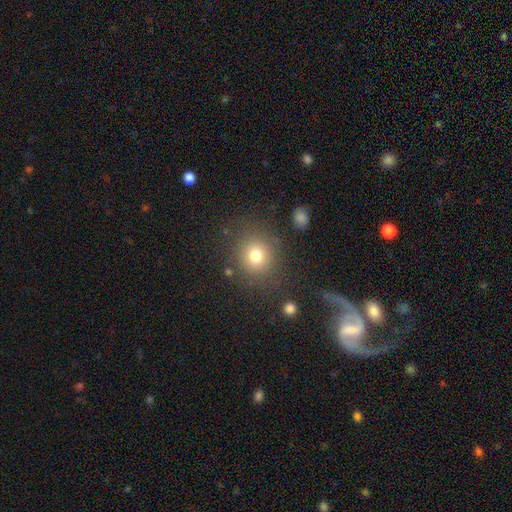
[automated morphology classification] Smooth or featured? smooth (77%)
How rounded? round (87%)
Merging? none (83%)